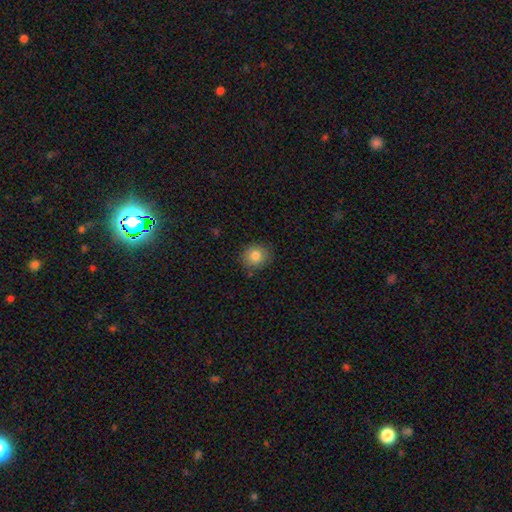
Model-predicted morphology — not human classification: This is clearly a smooth galaxy (82%). How rounded: clearly round (82%). Merging: clearly none (84%).